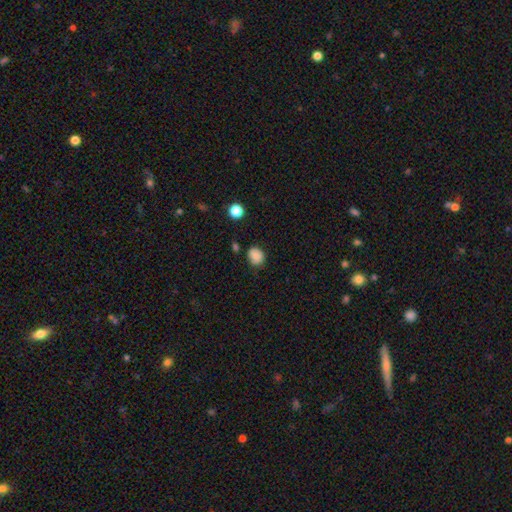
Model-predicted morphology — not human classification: smooth_or_featured: smooth (p=0.82) [alt: star or artifact p=0.10]
how_rounded: round (p=0.68) [alt: in between p=0.31]
merging: none (p=0.75) [alt: minor disturbance p=0.19]